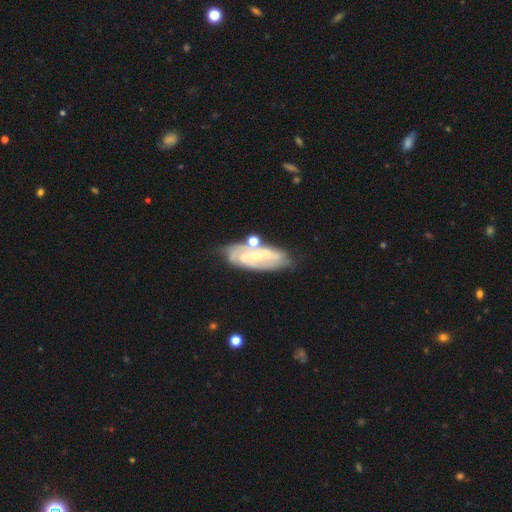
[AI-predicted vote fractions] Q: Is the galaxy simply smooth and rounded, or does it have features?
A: featured or disk — 77%.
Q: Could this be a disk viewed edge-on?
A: no — 89%.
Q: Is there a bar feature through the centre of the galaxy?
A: weak — 37%.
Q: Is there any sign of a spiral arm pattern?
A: yes — 88%.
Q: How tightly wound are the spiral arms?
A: tight — 45%.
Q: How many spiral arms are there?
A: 2 — 62%.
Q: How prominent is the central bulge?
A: small — 69%.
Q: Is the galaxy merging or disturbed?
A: none — 62%.